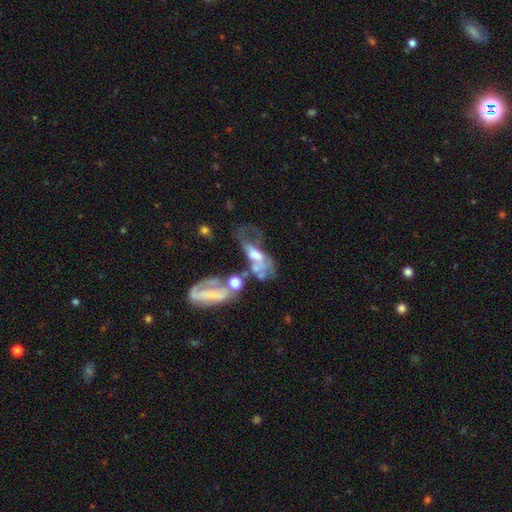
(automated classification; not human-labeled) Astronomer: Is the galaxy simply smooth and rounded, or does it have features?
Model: featured or disk — 60%.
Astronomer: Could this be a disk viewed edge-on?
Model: no — 88%.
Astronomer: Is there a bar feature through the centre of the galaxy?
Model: no — 70%.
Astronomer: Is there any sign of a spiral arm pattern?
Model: no — 64%.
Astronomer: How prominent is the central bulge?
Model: moderate — 38% (runner-up: none, 24%).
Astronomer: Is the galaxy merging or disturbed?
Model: merger — 41% (runner-up: major disturbance, 30%).